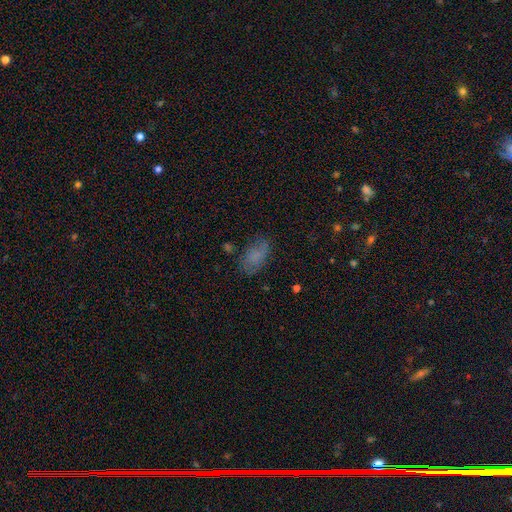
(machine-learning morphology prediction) smooth-or-featured: smooth: 71% | featured or disk: 17% | star or artifact: 13%
  how-rounded: in between: 91% | round: 6% | cigar-shaped: 3%
  merging: none: 64% | minor disturbance: 23% | major disturbance: 10% | merger: 3%